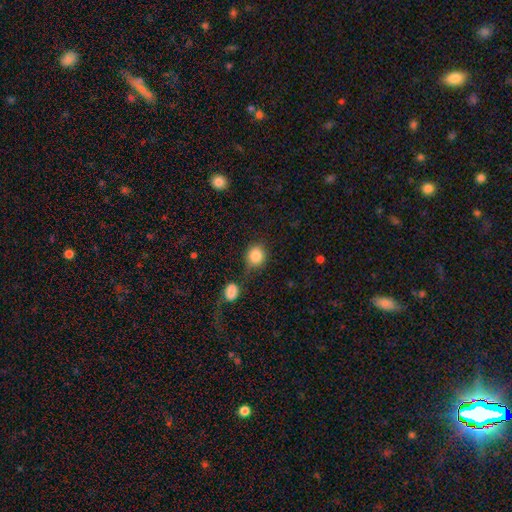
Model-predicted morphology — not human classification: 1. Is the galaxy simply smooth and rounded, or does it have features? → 84% smooth, 10% star or artifact, 6% featured or disk.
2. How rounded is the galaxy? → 82% round, 17% in between, 1% cigar-shaped.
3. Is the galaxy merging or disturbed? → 66% none, 17% minor disturbance, 11% merger, 6% major disturbance.